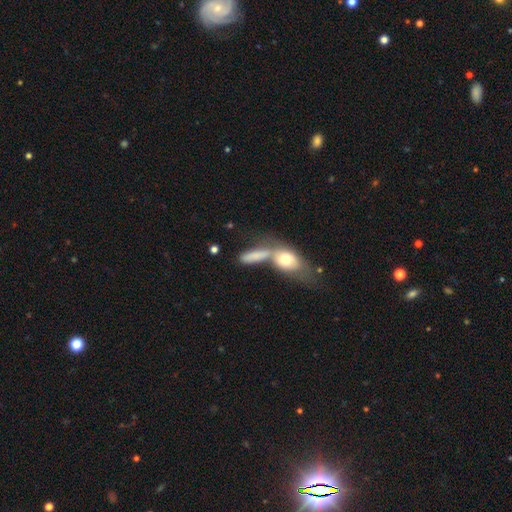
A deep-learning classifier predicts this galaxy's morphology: This appears to be a smooth galaxy with no disk features (72%) that is in between round and cigar-shaped (62%). Merging: merger (51%).